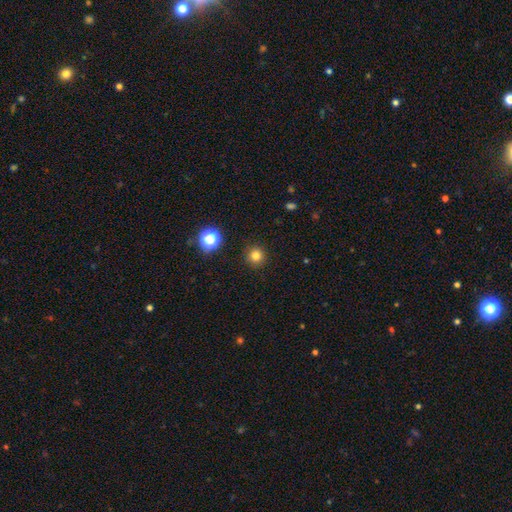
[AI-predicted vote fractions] Smooth or featured? smooth (80%)
How rounded? round (95%)
Merging? none (91%)